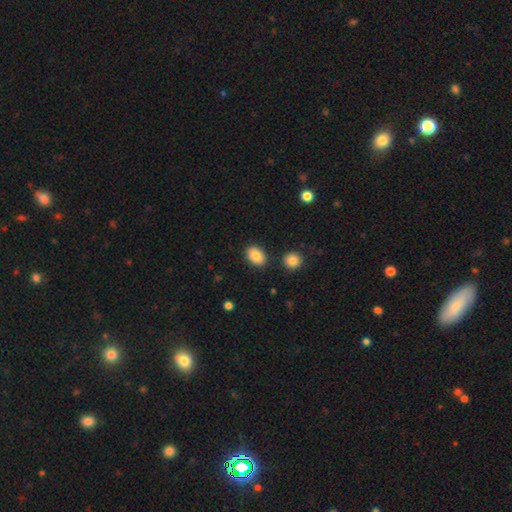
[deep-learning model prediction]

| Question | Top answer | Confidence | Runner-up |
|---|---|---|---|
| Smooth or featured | smooth | 86% | star or artifact (8%) |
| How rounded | in between | 81% | round (18%) |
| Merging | none | 85% | minor disturbance (9%) |